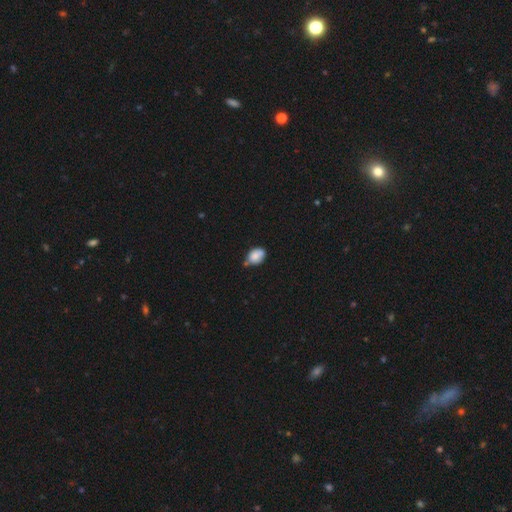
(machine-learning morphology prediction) Smooth or featured?
  - smooth: 79% *
  - featured or disk: 13%
  - star or artifact: 9%
How rounded?
  - in between: 73% *
  - round: 25%
  - cigar-shaped: 1%
Merging?
  - none: 41% *
  - minor disturbance: 40%
  - merger: 12%
  - major disturbance: 7%